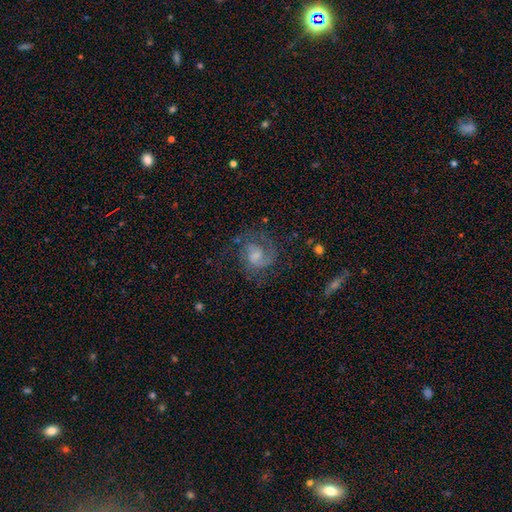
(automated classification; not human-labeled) Smooth or featured: featured or disk — 79% (smooth — 12%)
Edge-on disk: no — 98% (yes — 2%)
Bar: no — 51% (weak — 42%)
Spiral arms: yes — 95% (no — 5%)
Spiral winding: medium — 49% (tight — 35%)
Spiral arm count: 2 — 67% (can't tell — 12%)
Bulge size: moderate — 37% (tied with small — 37%)
Merging: none — 68% (minor disturbance — 17%)